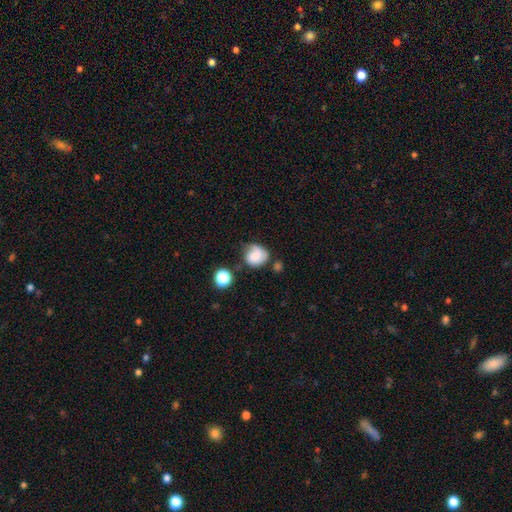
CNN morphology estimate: Smooth or featured? smooth (71%)
How rounded? round (69%)
Merging? none (46%)